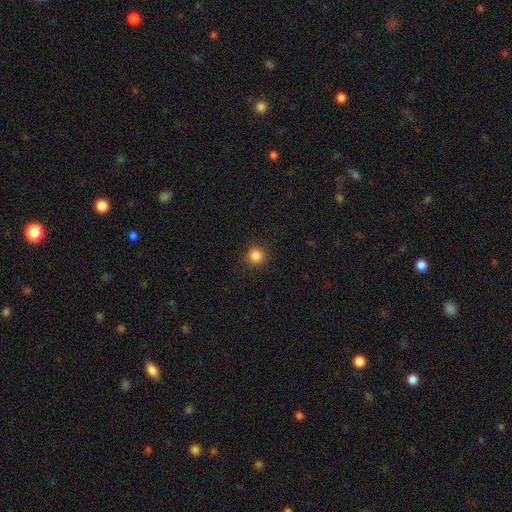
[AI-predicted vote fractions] This is clearly a smooth galaxy (85%). How rounded: clearly round (94%). Merging: clearly none (91%).